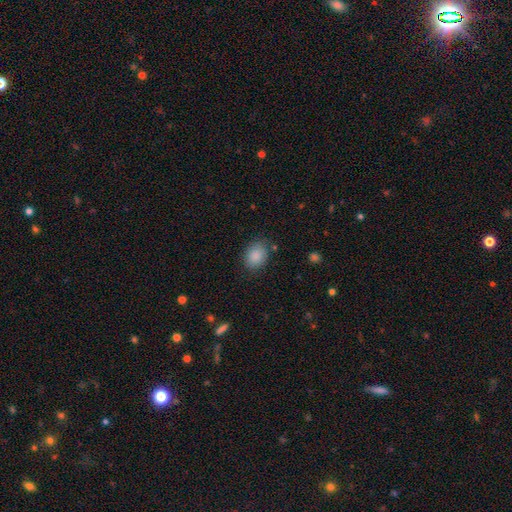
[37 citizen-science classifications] Volunteers were most divided on "how rounded": in between: 63%, round: 37%, cigar-shaped: 0%. More confident: smooth or featured — smooth (95%); merging — none (77%).